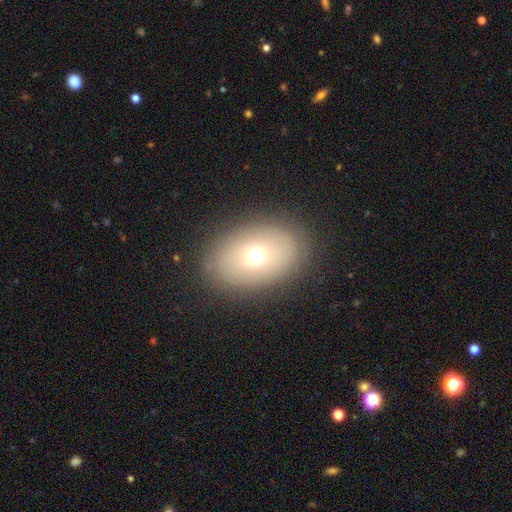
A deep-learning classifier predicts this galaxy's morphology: Smooth or featured?
  - smooth: 62% *
  - featured or disk: 24%
  - star or artifact: 14%
How rounded?
  - in between: 72% *
  - round: 27%
  - cigar-shaped: 1%
Merging?
  - none: 84% *
  - minor disturbance: 9%
  - major disturbance: 5%
  - merger: 1%